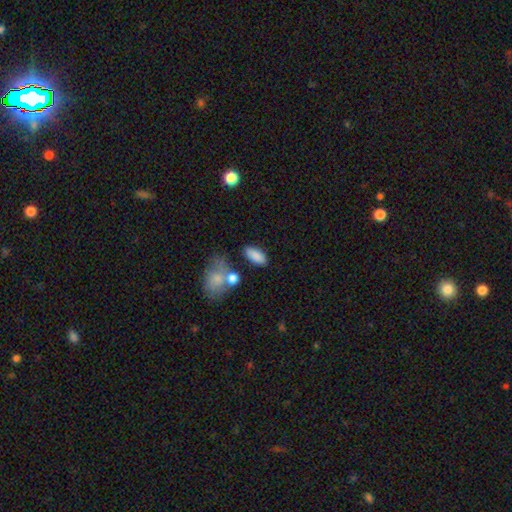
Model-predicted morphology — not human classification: A smooth galaxy with no disk features (86%) that is in between round and cigar-shaped (88%).

Vote fractions:
- Smooth or featured? smooth: 86% / star or artifact: 8% / featured or disk: 7%
- How rounded? in between: 88% / cigar-shaped: 9% / round: 4%
- Merging? none: 73% / minor disturbance: 14% / merger: 9% / major disturbance: 5%